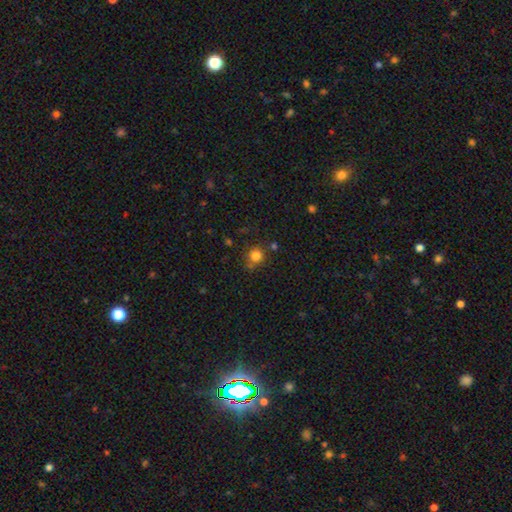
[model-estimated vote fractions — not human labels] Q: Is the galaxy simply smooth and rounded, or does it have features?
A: smooth — 80%.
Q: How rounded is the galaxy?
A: round — 87%.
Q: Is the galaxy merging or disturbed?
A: none — 69%.